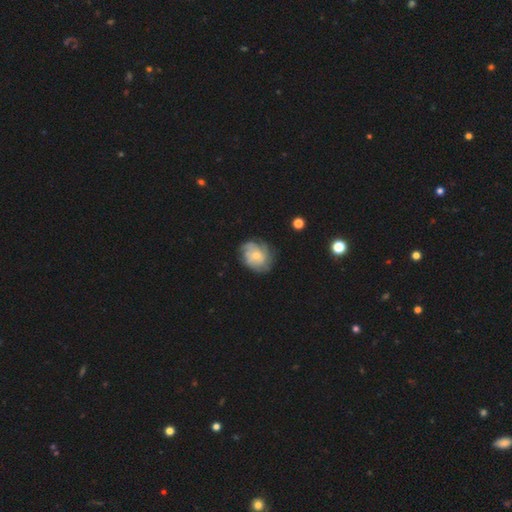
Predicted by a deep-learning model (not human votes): This appears to be a featured or disk galaxy (63%) with no bar (77%), tight (54%) spiral arms (82%) and a small central bulge (54%). Merging: none (67%).